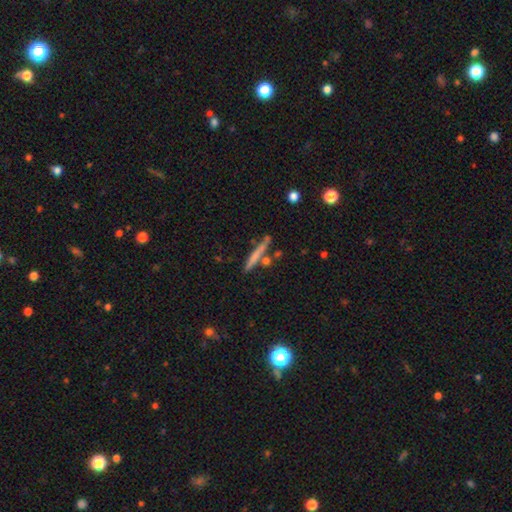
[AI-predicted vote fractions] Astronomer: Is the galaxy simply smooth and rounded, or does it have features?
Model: smooth — 58% (runner-up: featured or disk, 35%).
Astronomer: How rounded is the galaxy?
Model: cigar-shaped — 95%.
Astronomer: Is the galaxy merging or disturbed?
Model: none — 73%.